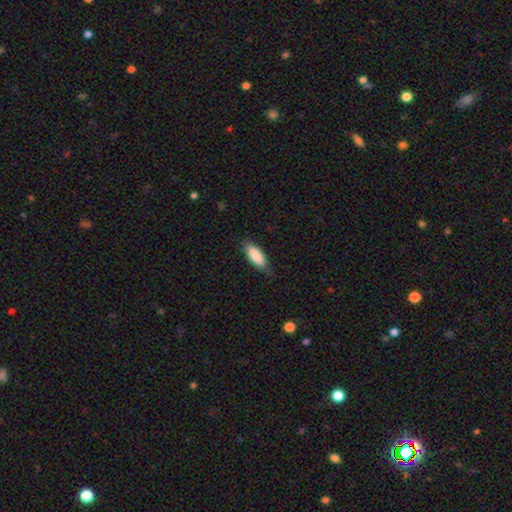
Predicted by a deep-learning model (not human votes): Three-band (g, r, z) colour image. It shows a smooth galaxy with no disk features (87%) that is in between round and cigar-shaped (79%). Merging: none (76%).